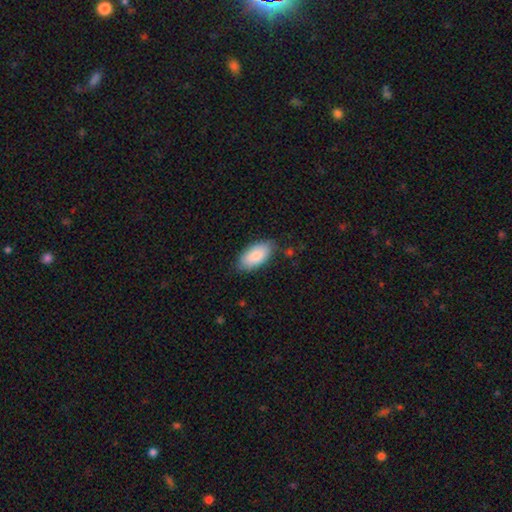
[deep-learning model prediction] Q: Smooth or featured?
A: smooth (85%); runner-up: featured or disk (9%)
Q: How rounded?
A: in between (94%); runner-up: cigar-shaped (3%)
Q: Merging?
A: none (81%); runner-up: minor disturbance (15%)